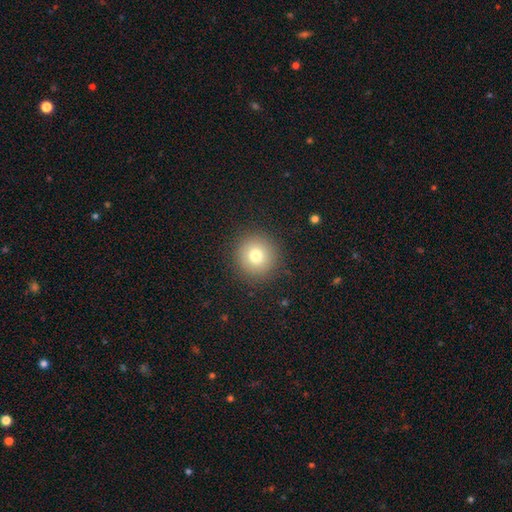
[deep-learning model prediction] Overall: smooth (76%). How rounded: round (94%). Merging: none (90%).